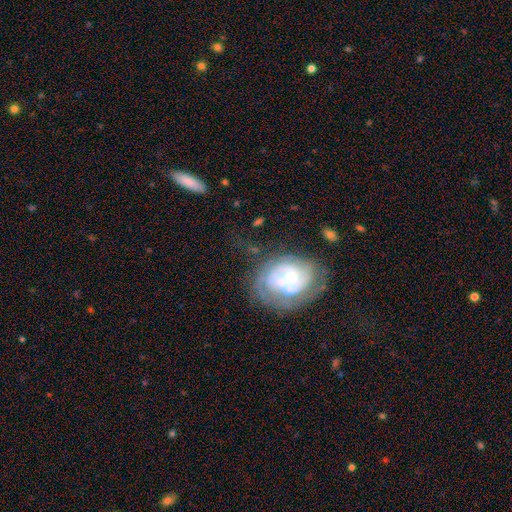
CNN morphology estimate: featured or disk 61%, smooth 21%, star or artifact 18%. Down the decision tree: edge-on disk — no (93%); bar — no (56%); spiral arms — yes (74%); bulge size — moderate (43%, tied with small); merging — none (62%).